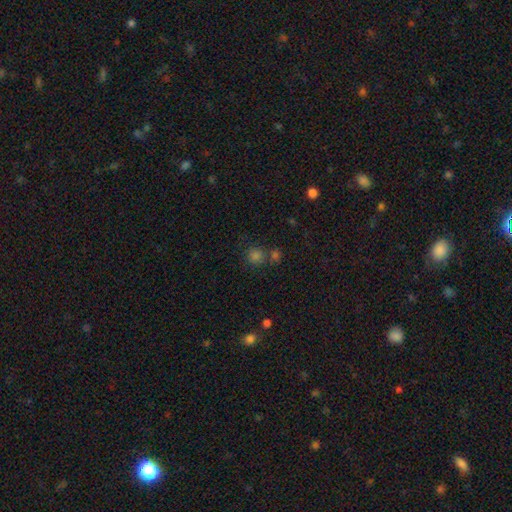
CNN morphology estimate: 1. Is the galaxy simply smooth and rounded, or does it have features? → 65% smooth, 29% star or artifact, 7% featured or disk.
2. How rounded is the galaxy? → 89% round, 10% in between, 1% cigar-shaped.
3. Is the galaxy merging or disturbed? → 67% none, 20% merger, 9% minor disturbance, 4% major disturbance.